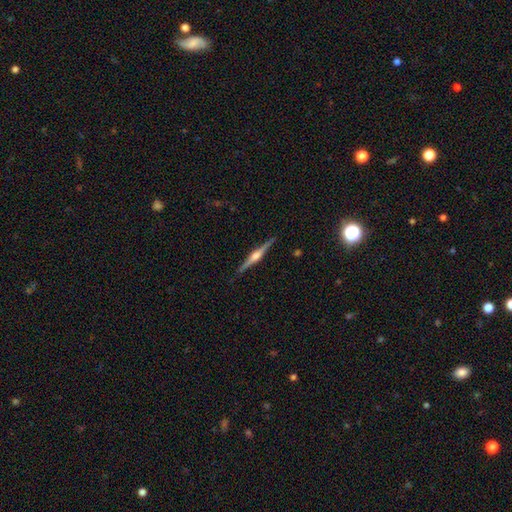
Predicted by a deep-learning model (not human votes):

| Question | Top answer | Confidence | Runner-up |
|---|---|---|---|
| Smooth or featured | featured or disk | 82% | smooth (13%) |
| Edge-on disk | yes | 99% | no (1%) |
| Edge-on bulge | rounded | 88% | boxy (9%) |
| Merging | none | 91% | minor disturbance (7%) |